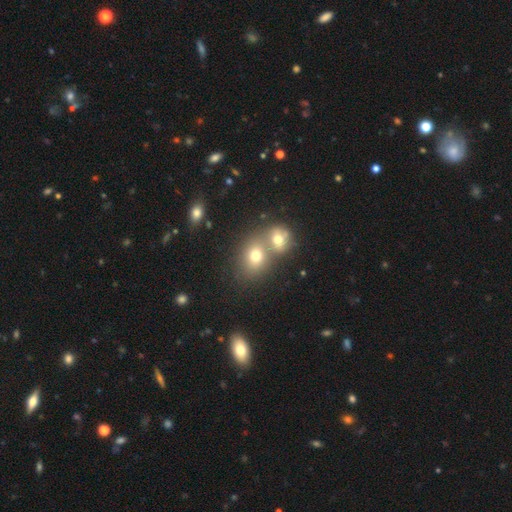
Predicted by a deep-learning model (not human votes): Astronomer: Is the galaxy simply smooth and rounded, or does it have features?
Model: smooth — 72%.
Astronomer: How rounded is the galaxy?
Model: round — 59% (runner-up: in between, 40%).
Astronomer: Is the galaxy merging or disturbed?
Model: merger — 52% (runner-up: none, 37%).